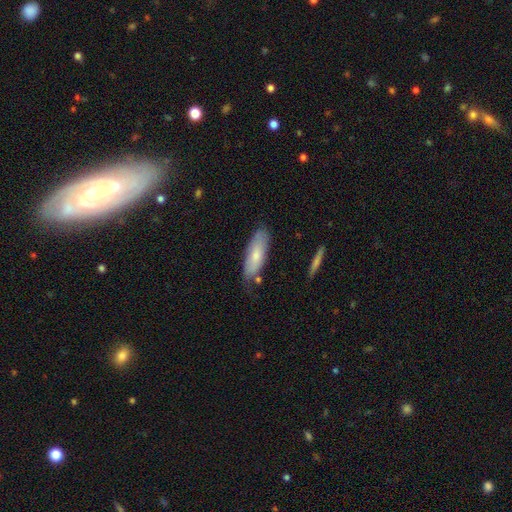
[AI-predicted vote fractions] Smooth or featured?
  - smooth: 72% *
  - featured or disk: 22%
  - star or artifact: 6%
How rounded?
  - in between: 65% *
  - cigar-shaped: 33%
  - round: 2%
Merging?
  - none: 67% *
  - minor disturbance: 25%
  - major disturbance: 5%
  - merger: 4%